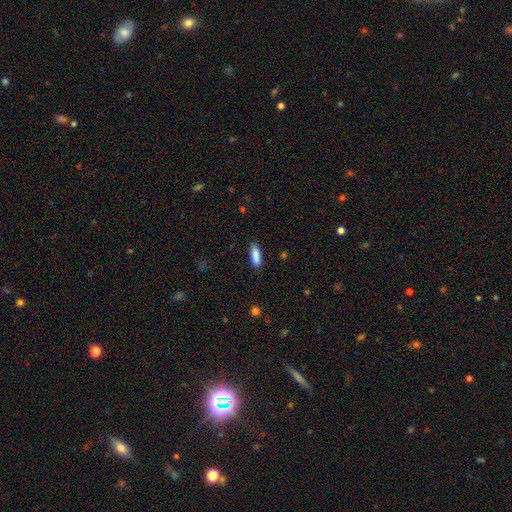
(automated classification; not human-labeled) The model was most divided on "how rounded": in between: 62%, cigar-shaped: 36%, round: 2%. More confident: smooth or featured — smooth (89%); merging — none (87%).